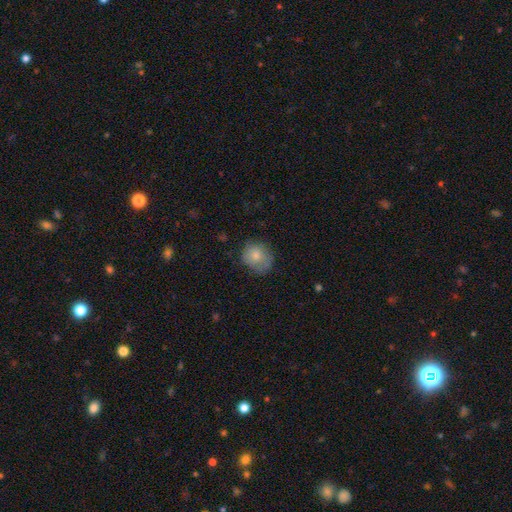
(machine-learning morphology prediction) The model was most divided on "merging": none: 65%, minor disturbance: 25%, major disturbance: 8%, merger: 1%. More confident: smooth or featured — smooth (78%); how rounded — round (78%).